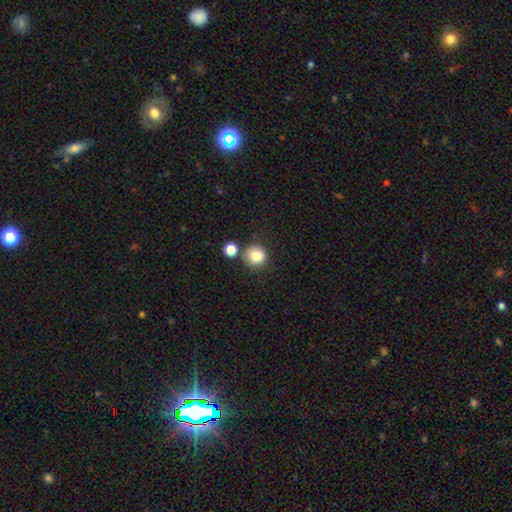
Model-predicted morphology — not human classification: Smooth or featured? smooth (83%)
How rounded? round (92%)
Merging? none (75%)